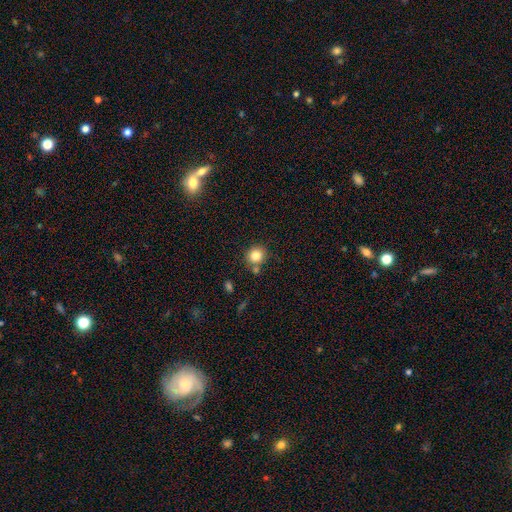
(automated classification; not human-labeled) Q: Smooth or featured?
A: smooth (82%); runner-up: star or artifact (11%)
Q: How rounded?
A: round (87%); runner-up: in between (12%)
Q: Merging?
A: none (73%); runner-up: merger (13%)